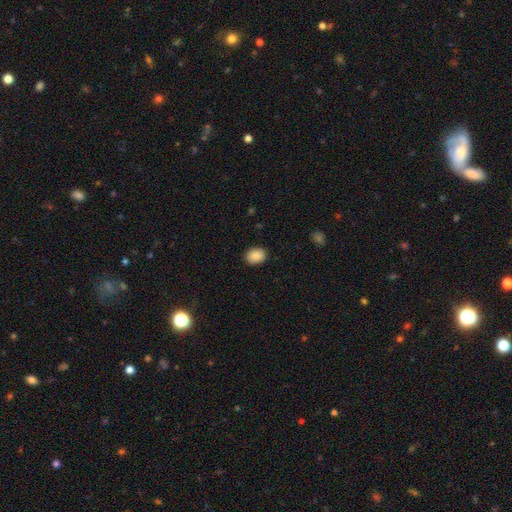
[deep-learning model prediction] Q: Smooth or featured?
A: smooth (88%); runner-up: star or artifact (8%)
Q: How rounded?
A: in between (58%); runner-up: round (41%)
Q: Merging?
A: none (89%); runner-up: minor disturbance (8%)